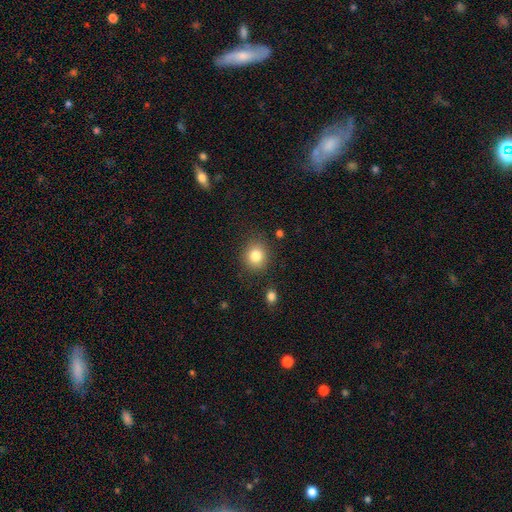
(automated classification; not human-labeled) Morphology: type=smooth (83%); roundness=round (82%); merging=none (86%).